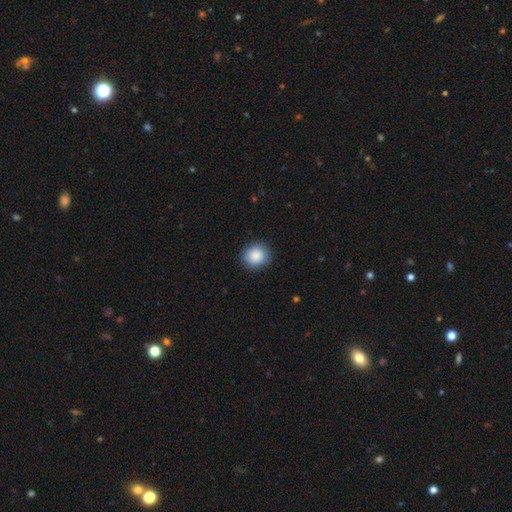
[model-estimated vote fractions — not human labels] The model was most divided on "how rounded": round: 87%, in between: 12%, cigar-shaped: 1%. More confident: merging — none (88%); smooth or featured — smooth (88%).